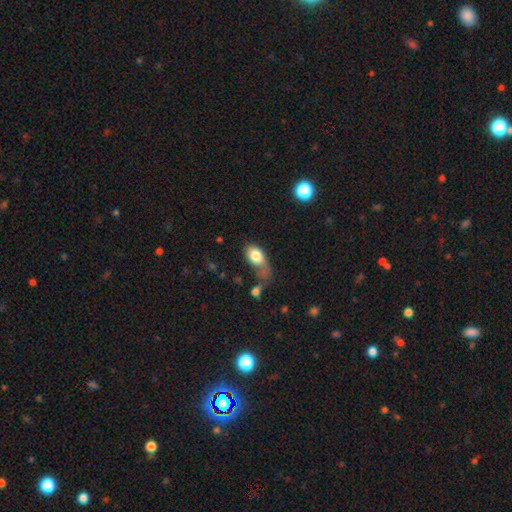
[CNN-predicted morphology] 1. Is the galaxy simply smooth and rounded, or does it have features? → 78% smooth, 15% featured or disk, 7% star or artifact.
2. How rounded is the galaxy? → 86% in between, 11% round, 3% cigar-shaped.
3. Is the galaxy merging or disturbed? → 34% major disturbance, 25% none, 23% minor disturbance, 18% merger.